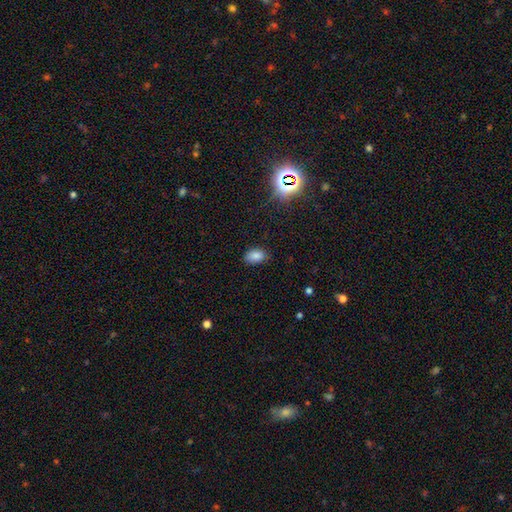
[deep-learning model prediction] A smooth galaxy with no disk features (81%) that is in between round and cigar-shaped (86%). Merging: none (80%).